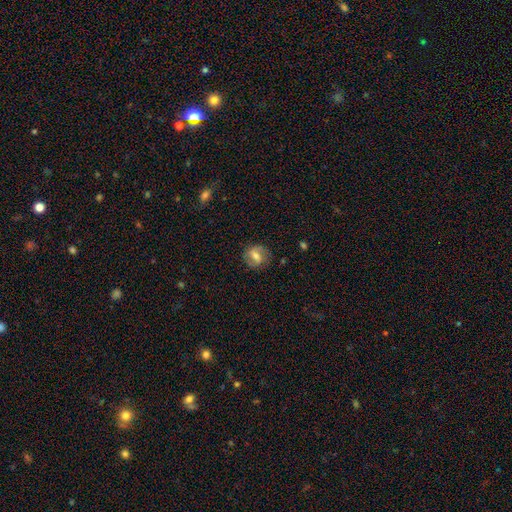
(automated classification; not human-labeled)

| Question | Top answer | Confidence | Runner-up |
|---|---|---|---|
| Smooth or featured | featured or disk | 46% | tied: smooth (46%) |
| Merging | none | 77% | minor disturbance (16%) |